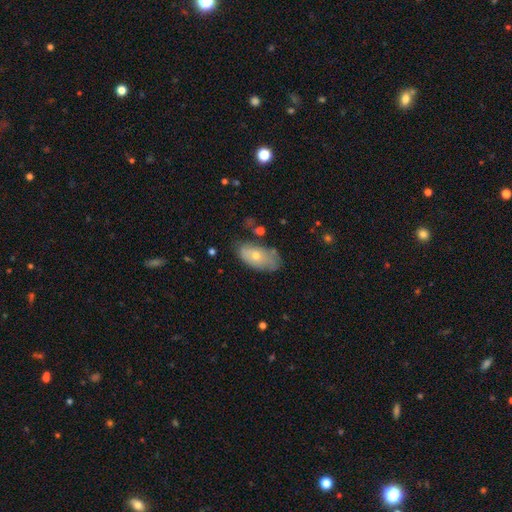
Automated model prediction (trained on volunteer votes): Overall: smooth (58%; featured or disk 34%). How rounded: in between (91%). Merging: none (63%; minor disturbance 26%).